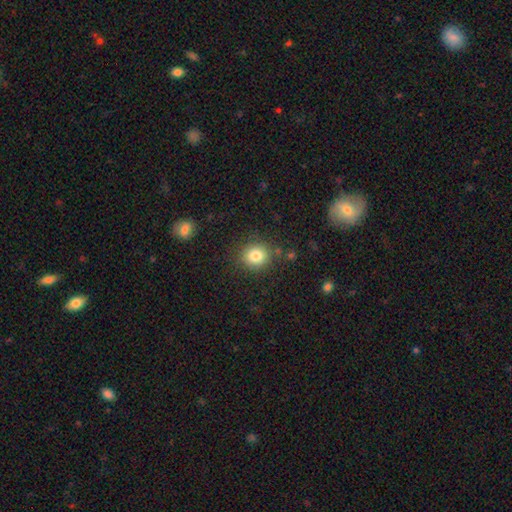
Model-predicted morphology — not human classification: smooth-or-featured: smooth: 82% | star or artifact: 11% | featured or disk: 7%
  how-rounded: round: 82% | in between: 17% | cigar-shaped: 1%
  merging: none: 85% | minor disturbance: 9% | major disturbance: 3% | merger: 2%